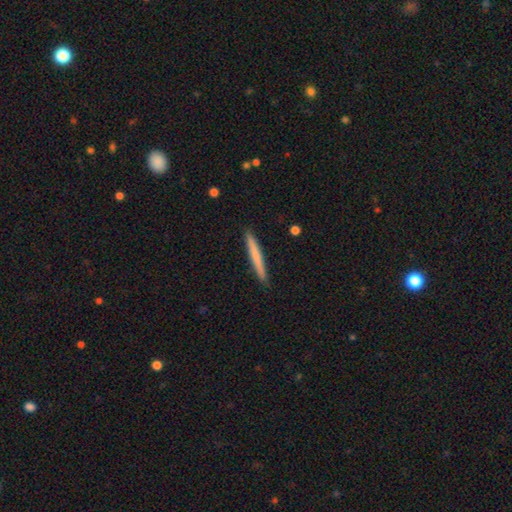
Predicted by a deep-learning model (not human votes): This is likely a smooth galaxy (67%). How rounded: clearly cigar-shaped (97%). Merging: clearly none (91%).